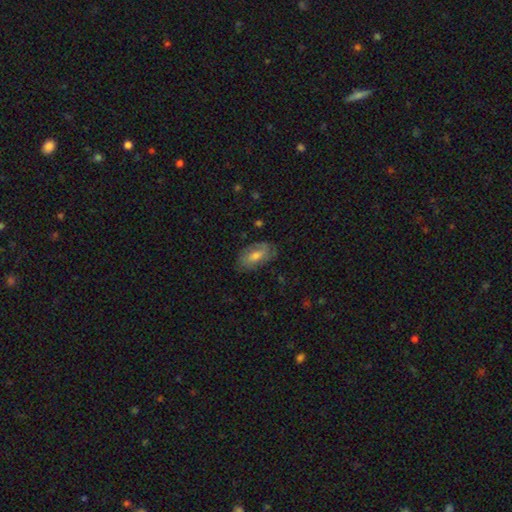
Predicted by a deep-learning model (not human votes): This is possibly a smooth galaxy (55%). How rounded: clearly in between (90%). Merging: likely none (76%).